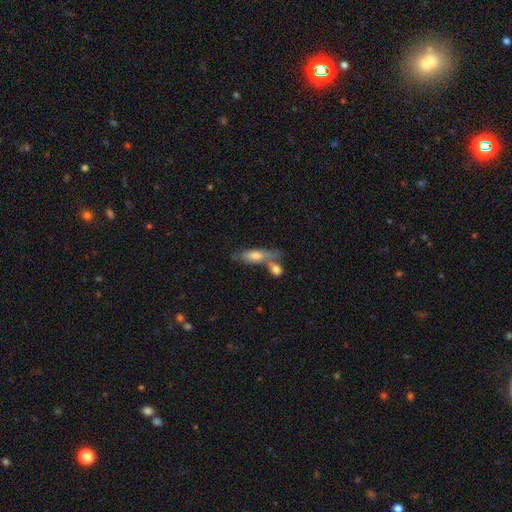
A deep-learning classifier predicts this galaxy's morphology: A smooth galaxy with no disk features (61%) that is in between round and cigar-shaped (54%).

Vote fractions:
- Smooth or featured? smooth: 61% / featured or disk: 30% / star or artifact: 8%
- How rounded? in between: 54% / cigar-shaped: 42% / round: 4%
- Merging? none: 40% / merger: 38% / minor disturbance: 14% / major disturbance: 7%